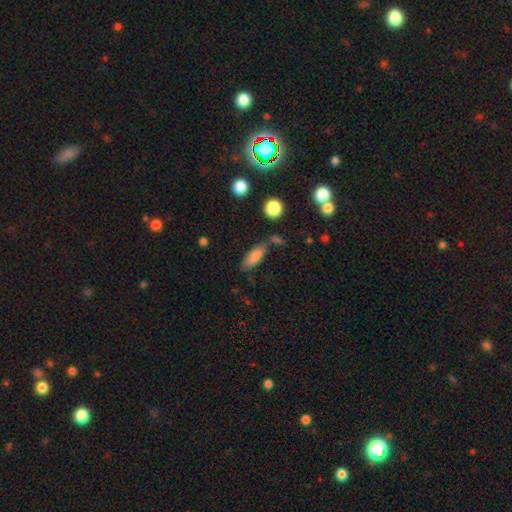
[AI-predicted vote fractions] Smooth or featured?
  - smooth: 82% *
  - featured or disk: 10%
  - star or artifact: 8%
How rounded?
  - in between: 66% *
  - cigar-shaped: 31%
  - round: 3%
Merging?
  - none: 66% *
  - minor disturbance: 17%
  - merger: 12%
  - major disturbance: 5%